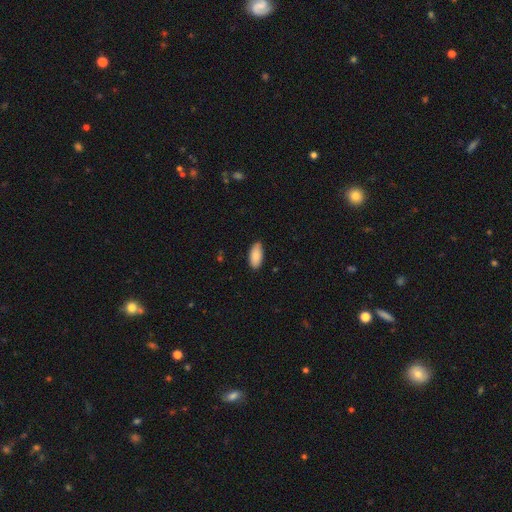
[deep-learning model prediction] Q: Smooth or featured?
A: smooth (88%); runner-up: star or artifact (6%)
Q: How rounded?
A: in between (92%); runner-up: cigar-shaped (6%)
Q: Merging?
A: none (86%); runner-up: minor disturbance (11%)